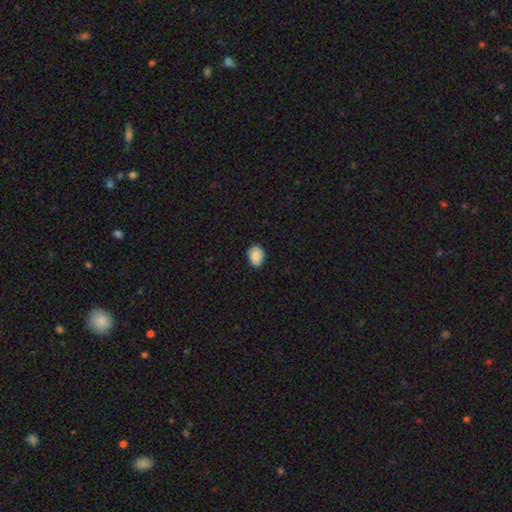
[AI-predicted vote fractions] A smooth galaxy with no disk features (86%) that is in between round and cigar-shaped (62%). Merging: none (84%).